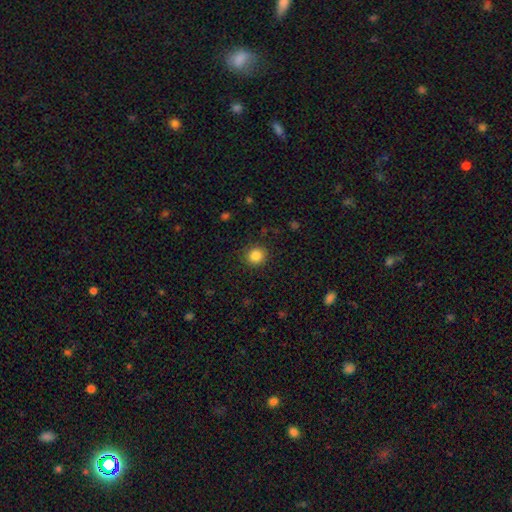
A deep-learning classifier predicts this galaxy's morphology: This is clearly a smooth galaxy (85%). How rounded: clearly round (90%). Merging: clearly none (89%).